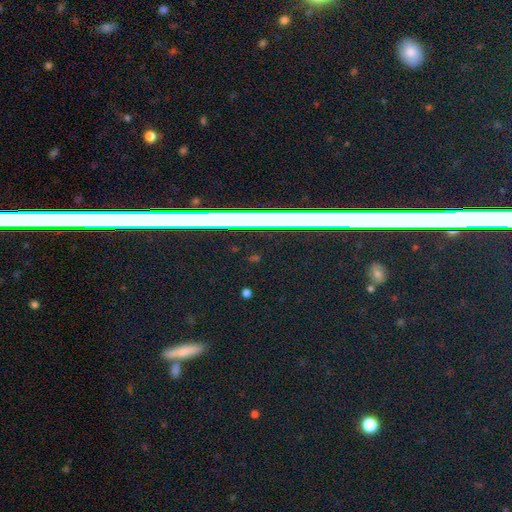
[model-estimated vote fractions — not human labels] This appears to be a star or artifact, not a galaxy (79%).